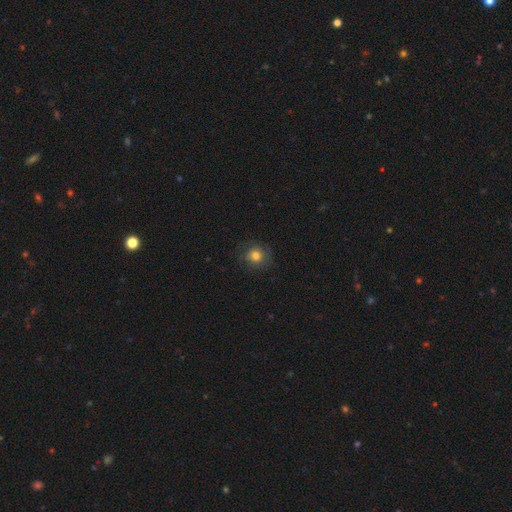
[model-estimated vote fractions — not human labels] Smooth or featured? smooth (66%)
How rounded? round (88%)
Merging? none (78%)